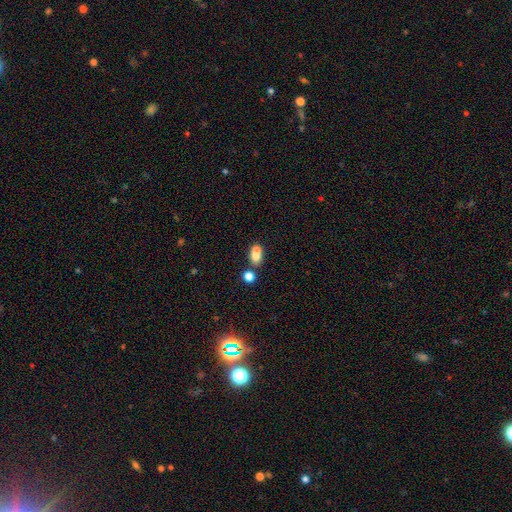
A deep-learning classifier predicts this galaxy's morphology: This is likely a smooth galaxy (72%). How rounded: possibly in between (59%). Merging: possibly merger (57%).